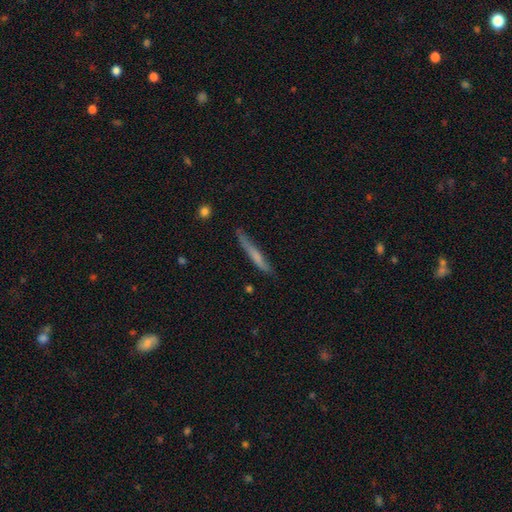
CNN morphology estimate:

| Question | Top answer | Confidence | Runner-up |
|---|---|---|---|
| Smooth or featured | smooth | 57% | featured or disk (36%) |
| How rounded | cigar-shaped | 95% | in between (4%) |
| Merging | none | 75% | minor disturbance (19%) |